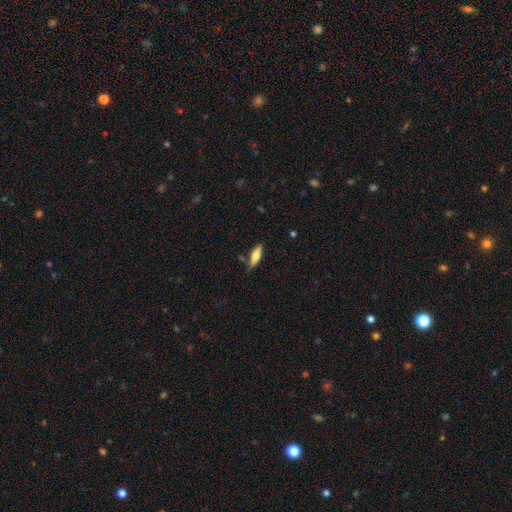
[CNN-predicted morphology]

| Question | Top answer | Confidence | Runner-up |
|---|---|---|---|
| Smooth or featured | smooth | 70% | featured or disk (24%) |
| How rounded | in between | 50% | cigar-shaped (48%) |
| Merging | none | 73% | minor disturbance (20%) |